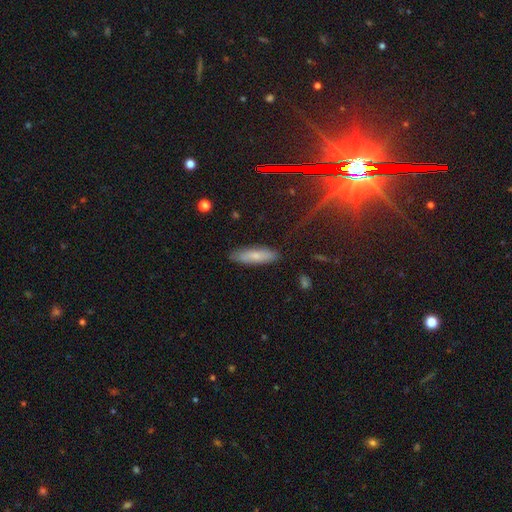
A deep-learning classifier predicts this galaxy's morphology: Smooth or featured?
  - smooth: 71% *
  - featured or disk: 21%
  - star or artifact: 8%
How rounded?
  - cigar-shaped: 58% *
  - in between: 40%
  - round: 2%
Merging?
  - none: 85% *
  - minor disturbance: 11%
  - major disturbance: 2%
  - merger: 1%